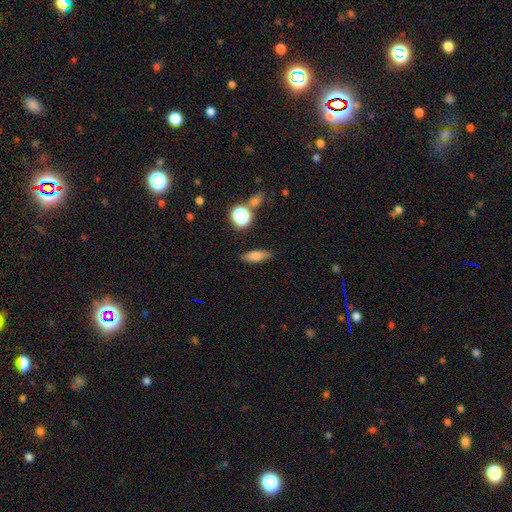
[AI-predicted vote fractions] smooth_or_featured: smooth (p=0.76) [alt: featured or disk p=0.13]
how_rounded: in between (p=0.61) [alt: cigar-shaped p=0.31]
merging: none (p=0.83) [alt: minor disturbance p=0.11]